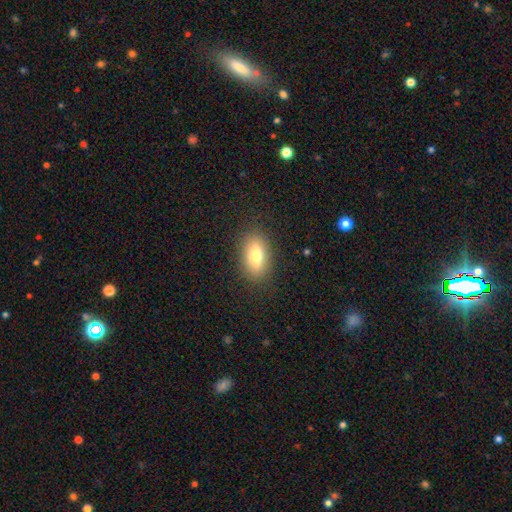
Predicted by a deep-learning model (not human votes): smooth 68%, featured or disk 24%, star or artifact 8%. Down the decision tree: how rounded — in between (81%); merging — none (86%).